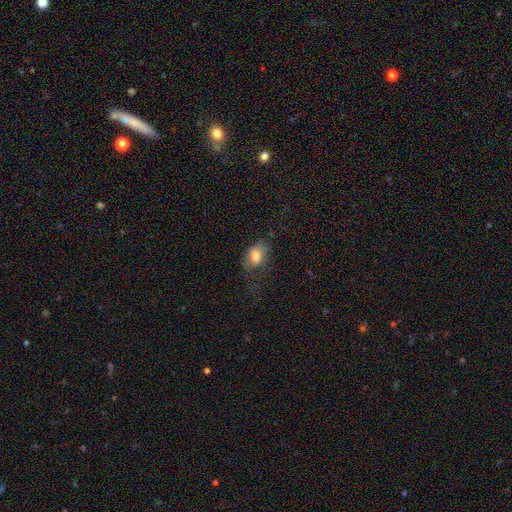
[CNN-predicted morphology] Smooth or featured?
  - smooth: 76% *
  - featured or disk: 15%
  - star or artifact: 9%
How rounded?
  - in between: 79% *
  - round: 19%
  - cigar-shaped: 2%
Merging?
  - none: 45% *
  - minor disturbance: 28%
  - major disturbance: 26%
  - merger: 2%